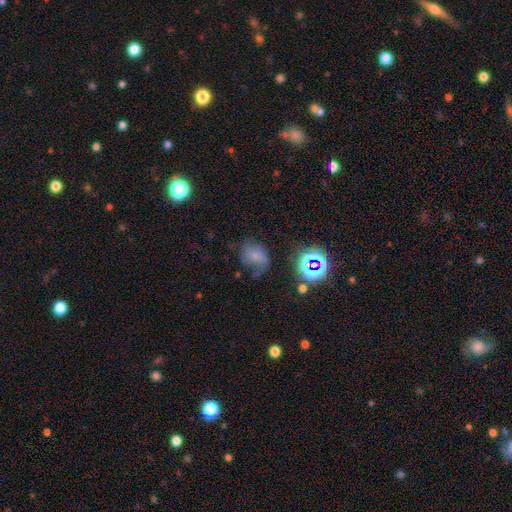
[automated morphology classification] This is possibly a smooth galaxy (50%). How rounded: likely in between (62%). Merging: marginally none (40%).